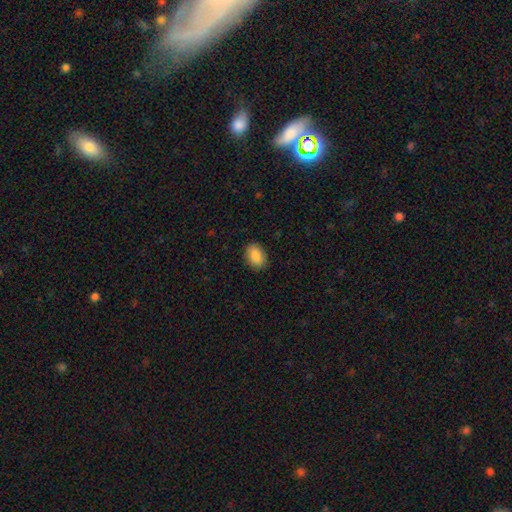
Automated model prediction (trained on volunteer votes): A smooth galaxy with no disk features (89%) that is in between round and cigar-shaped (82%).

Vote fractions:
- Smooth or featured? smooth: 89% / star or artifact: 7% / featured or disk: 4%
- How rounded? in between: 82% / round: 17% / cigar-shaped: 1%
- Merging? none: 89% / minor disturbance: 8% / major disturbance: 2% / merger: 1%